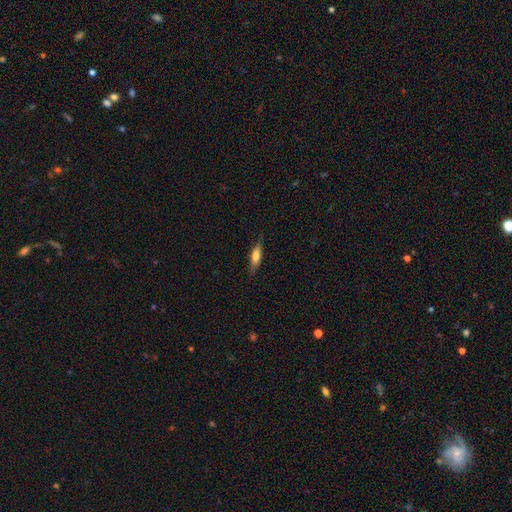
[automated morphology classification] A smooth galaxy with no disk features (68%) that is cigar-shaped (61%).

Vote fractions:
- Smooth or featured? smooth: 68% / featured or disk: 25% / star or artifact: 6%
- How rounded? cigar-shaped: 61% / in between: 36% / round: 2%
- Merging? none: 82% / minor disturbance: 14% / major disturbance: 3% / merger: 1%